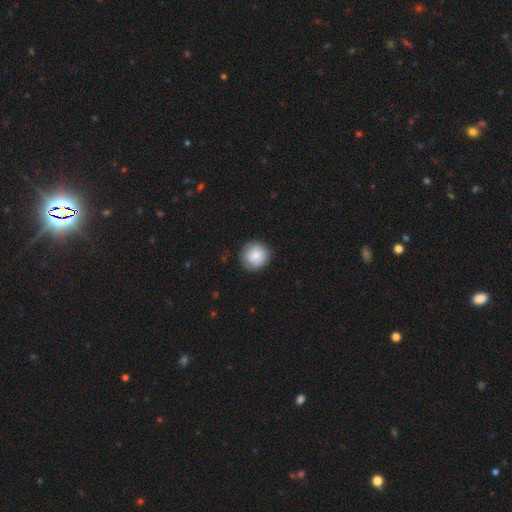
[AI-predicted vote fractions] This is clearly a smooth galaxy (81%). How rounded: clearly round (93%). Merging: clearly none (84%).